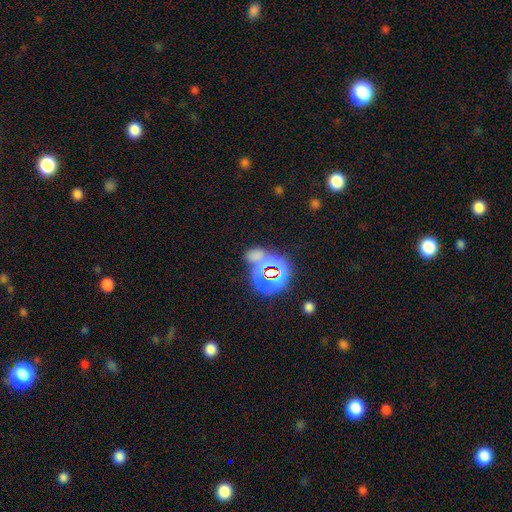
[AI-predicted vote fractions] Morphology: type=star or artifact (54%).